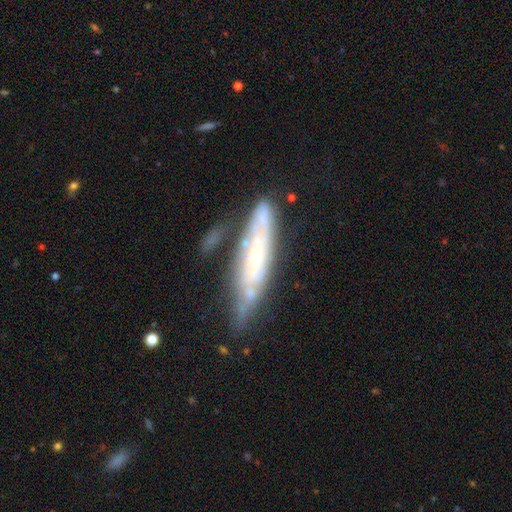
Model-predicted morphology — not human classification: A featured or disk galaxy (66%) with not edge-on (50%, tied with yes).

Vote fractions:
- Smooth or featured? featured or disk: 66% / smooth: 26% / star or artifact: 7%
- Edge-on disk? no: 50% (tied) / yes: 50% (tied)
- Merging? none: 54% / minor disturbance: 26% / major disturbance: 10% / merger: 10%